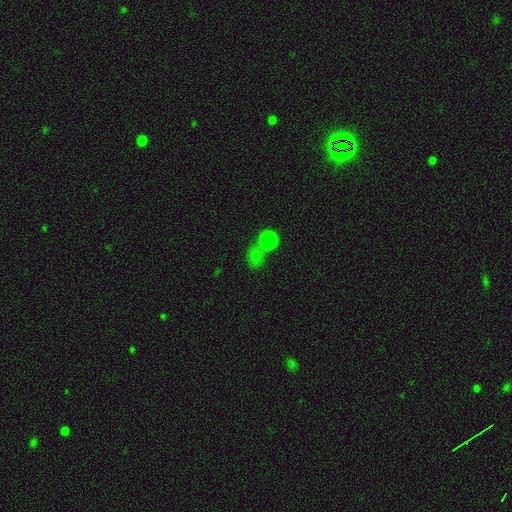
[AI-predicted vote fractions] This is likely a smooth galaxy (72%). How rounded: likely round (69%). Merging: marginally none (44%).